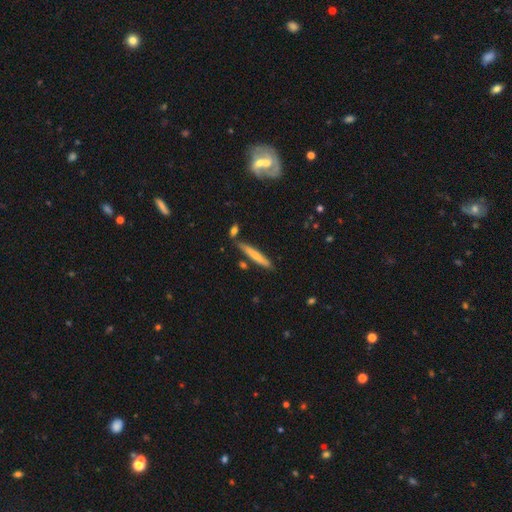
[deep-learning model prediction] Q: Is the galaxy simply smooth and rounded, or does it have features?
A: smooth — 65%.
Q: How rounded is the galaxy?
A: cigar-shaped — 94%.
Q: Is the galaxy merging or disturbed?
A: none — 79%.